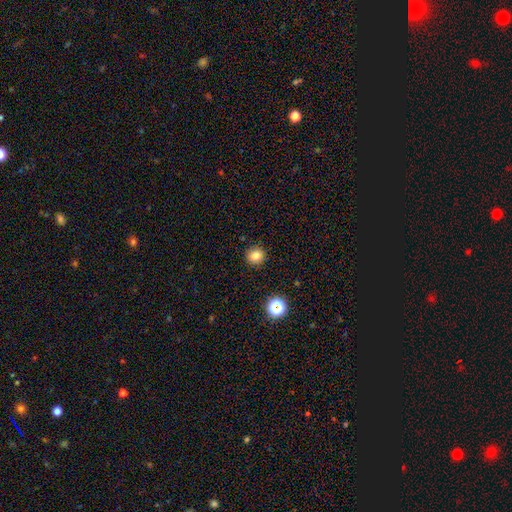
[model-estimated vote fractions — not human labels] smooth_or_featured: smooth (p=0.80) [alt: star or artifact p=0.14]
how_rounded: round (p=0.92) [alt: in between p=0.07]
merging: none (p=0.91) [alt: minor disturbance p=0.06]